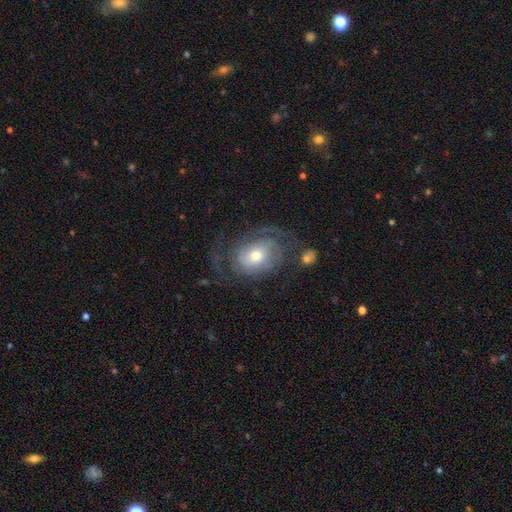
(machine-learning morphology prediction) featured or disk 78%, smooth 16%, star or artifact 6%. Down the decision tree: edge-on disk — no (96%); bar — no (70%); spiral arms — yes (90%); spiral arm count — 2 (35%); spiral winding — tight (47%); bulge size — moderate (63%); merging — none (55%).